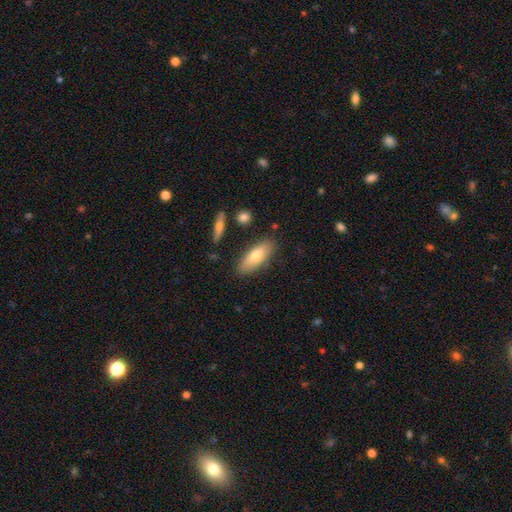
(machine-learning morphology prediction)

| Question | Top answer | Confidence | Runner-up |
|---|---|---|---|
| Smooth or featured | smooth | 72% | featured or disk (22%) |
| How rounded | in between | 66% | cigar-shaped (32%) |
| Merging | none | 84% | minor disturbance (11%) |